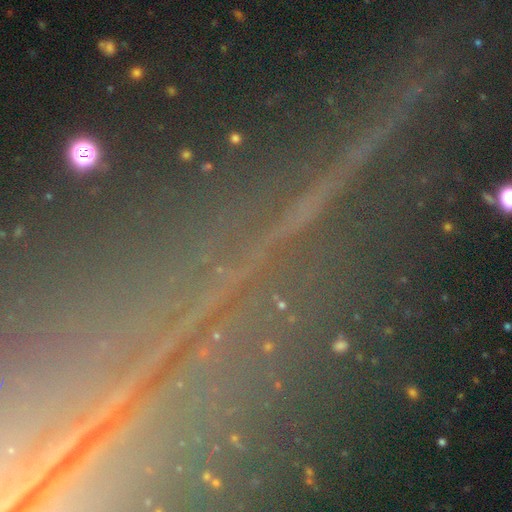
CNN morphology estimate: type=star or artifact (85%).